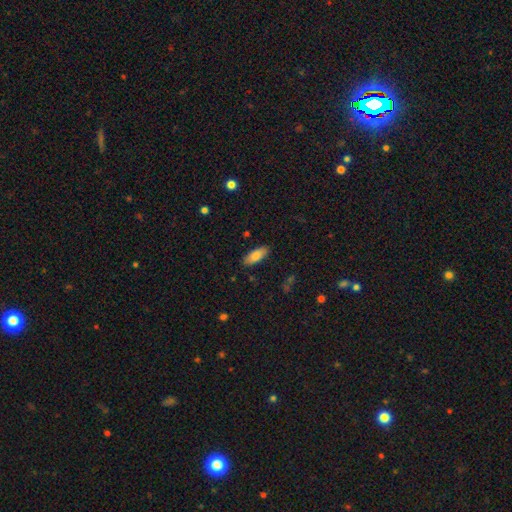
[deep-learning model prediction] Smooth or featured?
  - smooth: 81% *
  - featured or disk: 12%
  - star or artifact: 6%
How rounded?
  - in between: 77% *
  - cigar-shaped: 21%
  - round: 2%
Merging?
  - none: 87% *
  - minor disturbance: 10%
  - major disturbance: 2%
  - merger: 1%